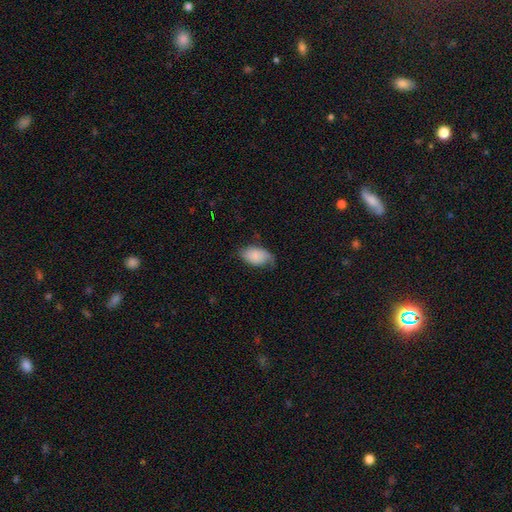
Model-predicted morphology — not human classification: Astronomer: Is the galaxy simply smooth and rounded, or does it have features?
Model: smooth — 79%.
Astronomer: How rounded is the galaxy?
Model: in between — 92%.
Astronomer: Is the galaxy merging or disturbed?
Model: none — 53% (runner-up: minor disturbance, 36%).